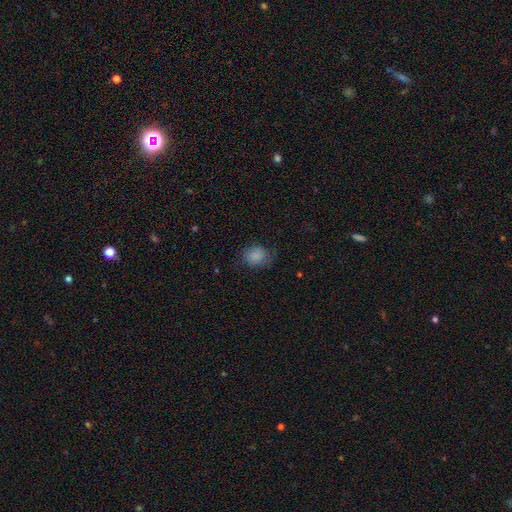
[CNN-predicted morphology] smooth_or_featured: smooth (p=0.83) [alt: star or artifact p=0.09]
how_rounded: round (p=0.64) [alt: in between p=0.35]
merging: none (p=0.71) [alt: minor disturbance p=0.21]